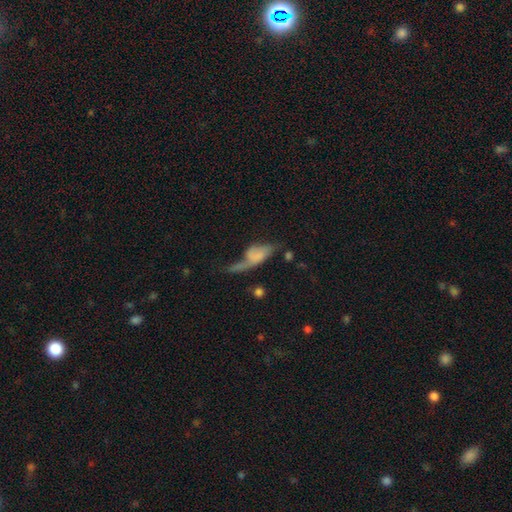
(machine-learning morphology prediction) This is possibly a smooth galaxy (49%). Merging: marginally major disturbance (35%).